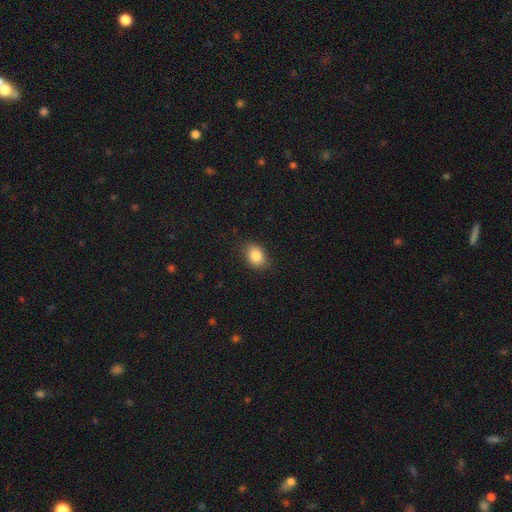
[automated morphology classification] smooth-or-featured: smooth: 85% | star or artifact: 9% | featured or disk: 6%
  how-rounded: in between: 65% | round: 33% | cigar-shaped: 1%
  merging: none: 85% | minor disturbance: 12% | major disturbance: 3% | merger: 1%